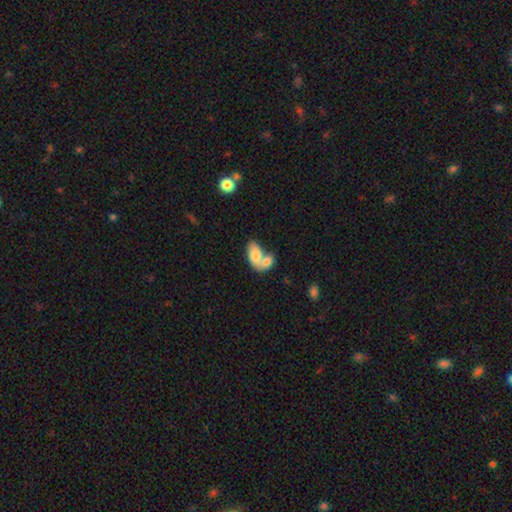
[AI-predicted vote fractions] Overall: smooth (74%). How rounded: in between (90%). Merging: merger (74%).